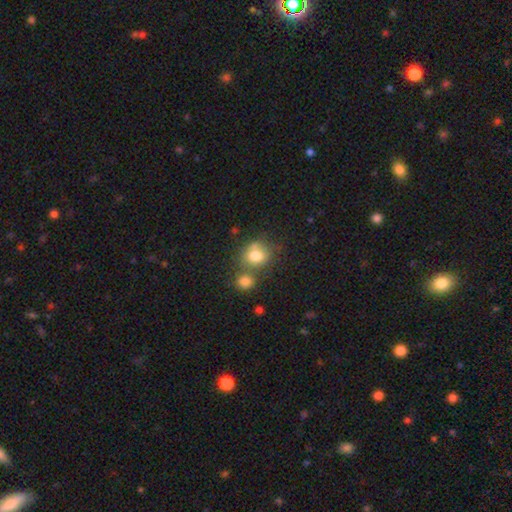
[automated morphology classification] Smooth or featured? smooth (76%)
How rounded? round (65%)
Merging? none (43%)